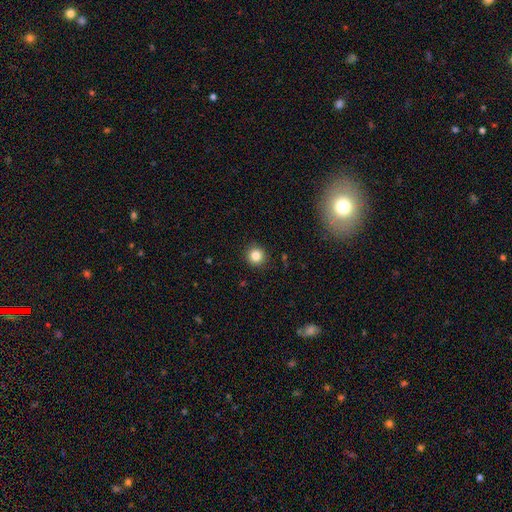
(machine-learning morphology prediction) This is clearly a smooth galaxy (84%). How rounded: clearly round (94%). Merging: clearly none (91%).